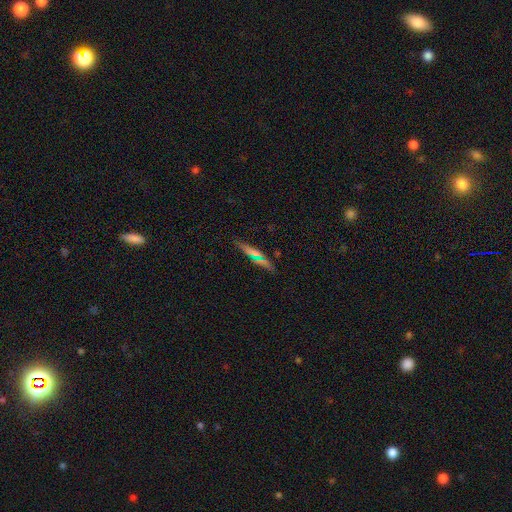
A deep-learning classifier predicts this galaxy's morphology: Overall: smooth (57%; featured or disk 29%). How rounded: cigar-shaped (83%). Merging: none (82%).